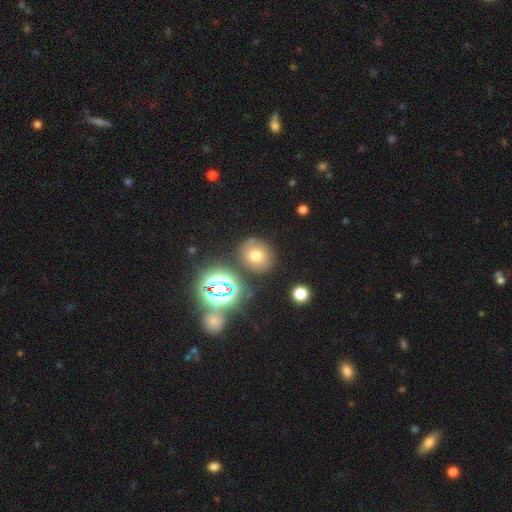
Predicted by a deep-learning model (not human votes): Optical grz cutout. It shows a smooth galaxy with no disk features (67%) that is round (76%). Merging: none (78%).